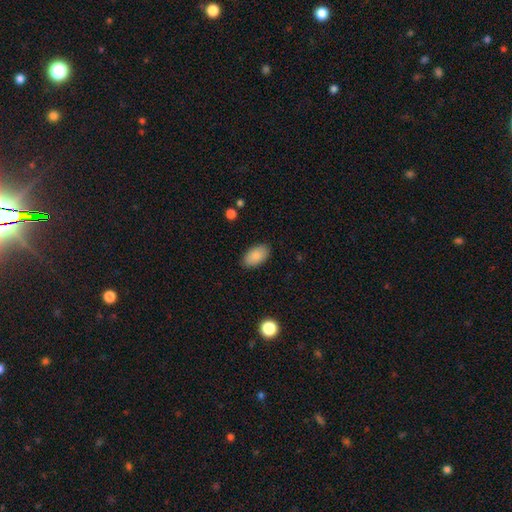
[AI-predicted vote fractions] This is clearly a smooth galaxy (88%). How rounded: clearly in between (94%). Merging: clearly none (87%).